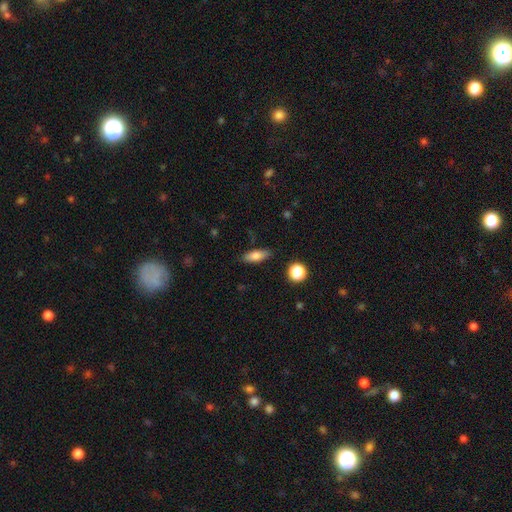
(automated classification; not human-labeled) This is likely a smooth galaxy (77%). How rounded: likely in between (66%). Merging: clearly none (85%).